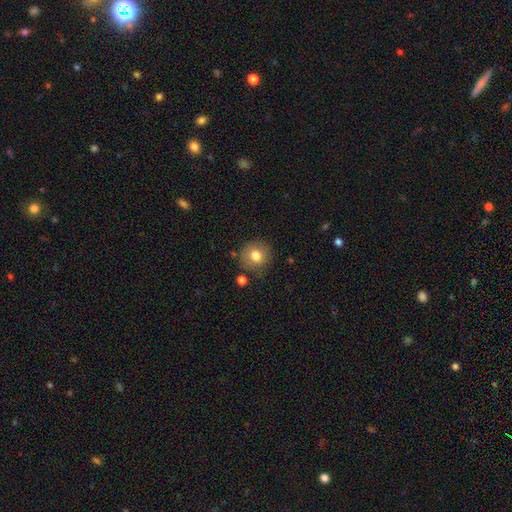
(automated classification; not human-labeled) smooth_or_featured: smooth (p=0.78) [alt: featured or disk p=0.12]
how_rounded: round (p=0.89) [alt: in between p=0.10]
merging: none (p=0.80) [alt: minor disturbance p=0.13]